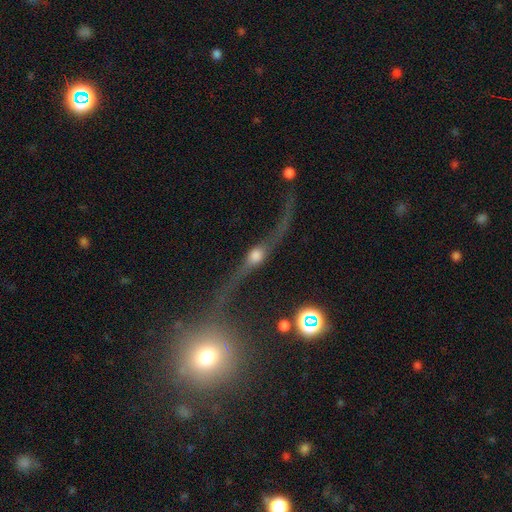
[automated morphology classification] Smooth or featured? featured or disk (73%)
Edge-on disk? yes (65%)
Merging? none (47%)